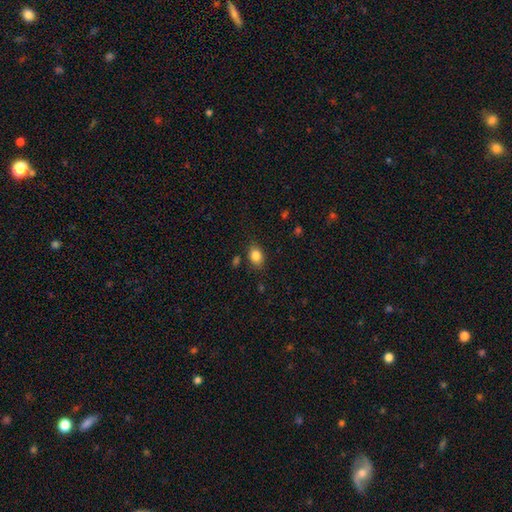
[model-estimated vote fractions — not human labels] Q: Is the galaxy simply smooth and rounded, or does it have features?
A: smooth — 85%.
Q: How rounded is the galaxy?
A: in between — 67%.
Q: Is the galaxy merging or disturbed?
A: none — 80%.